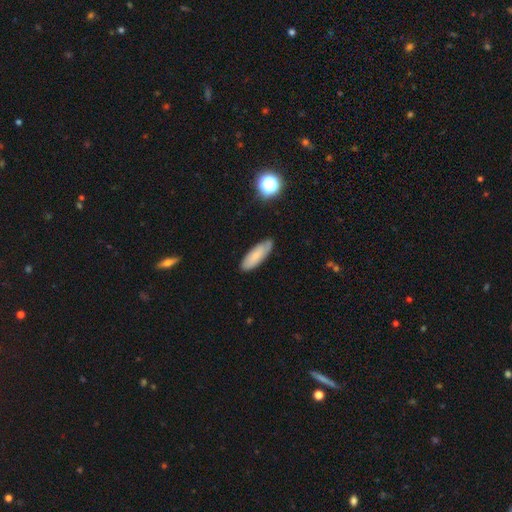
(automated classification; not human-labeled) Smooth or featured: smooth — 75% (featured or disk — 18%)
How rounded: in between — 59% (cigar-shaped — 39%)
Merging: none — 81% (minor disturbance — 15%)